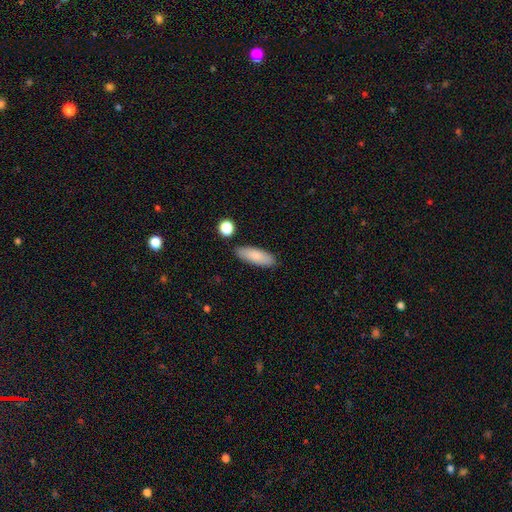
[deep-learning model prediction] This appears to be a smooth galaxy with no disk features (84%) that is in between round and cigar-shaped (66%). Merging: none (84%).